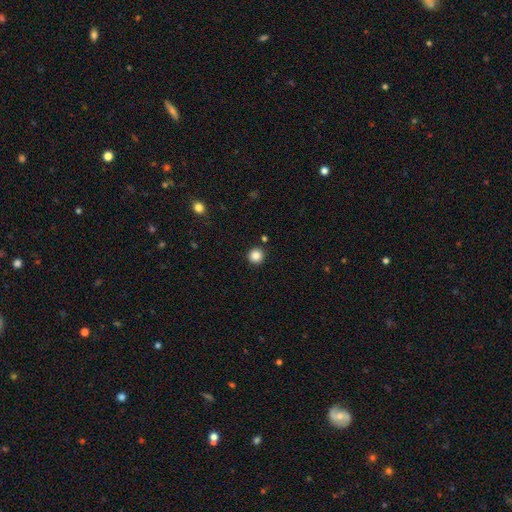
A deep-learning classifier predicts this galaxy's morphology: smooth_or_featured: smooth (p=0.86) [alt: star or artifact p=0.11]
how_rounded: round (p=0.96) [alt: in between p=0.03]
merging: none (p=0.91) [alt: minor disturbance p=0.05]